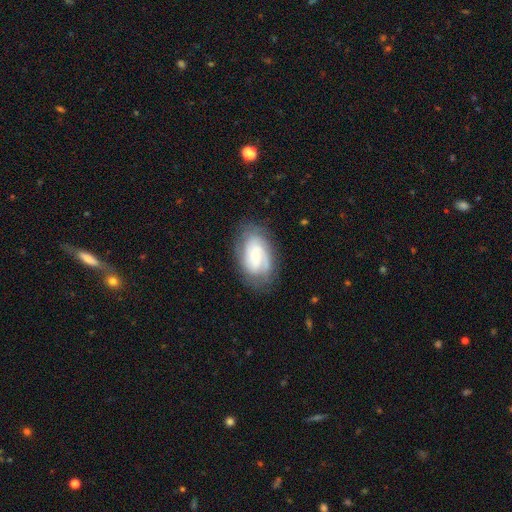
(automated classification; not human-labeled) Smooth or featured? Predicted: featured or disk (p=0.71). Edge-on disk? Predicted: no (p=0.96). Bar? Predicted: no (p=0.68). Spiral arms? Predicted: yes (p=0.92). Spiral winding? Predicted: tight (p=0.57). Spiral arm count? Predicted: can't tell (p=0.36). Bulge size? Predicted: small (p=0.68). Merging? Predicted: none (p=0.74).